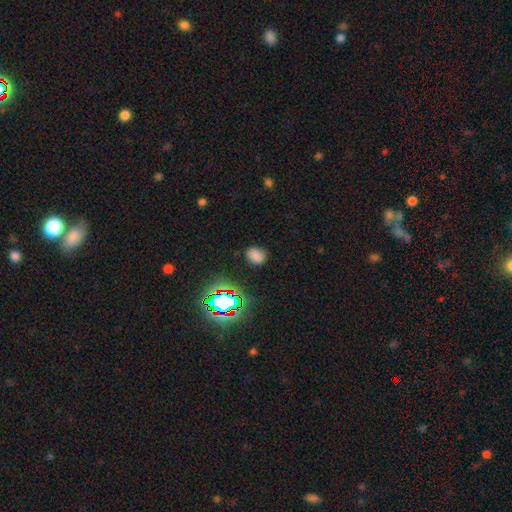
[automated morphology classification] Smooth or featured? Predicted: smooth (p=0.70). How rounded? Predicted: in between (p=0.55). Merging? Predicted: none (p=0.78).